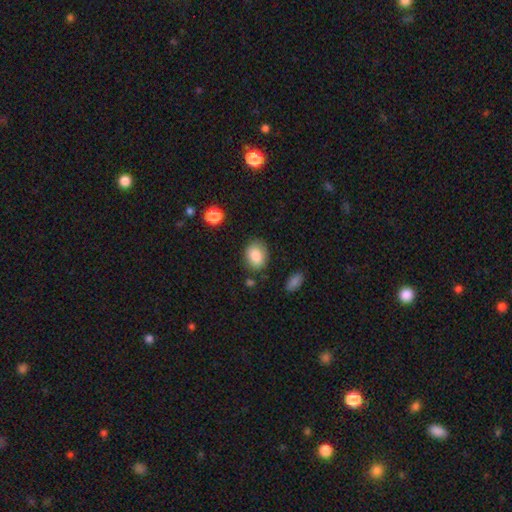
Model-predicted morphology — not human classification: Smooth or featured?
  - smooth: 85% *
  - star or artifact: 8%
  - featured or disk: 7%
How rounded?
  - in between: 67% *
  - round: 32%
  - cigar-shaped: 1%
Merging?
  - none: 81% *
  - minor disturbance: 13%
  - major disturbance: 3%
  - merger: 3%